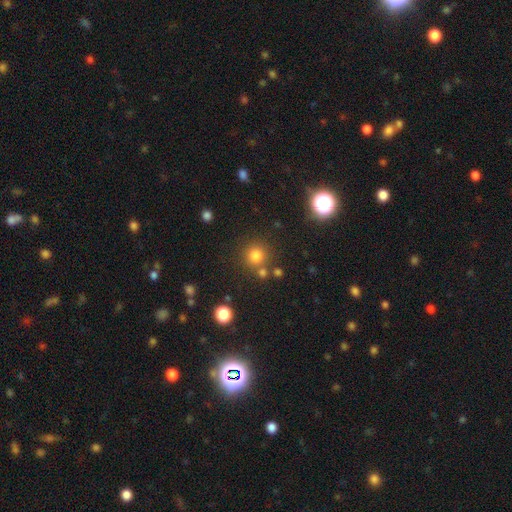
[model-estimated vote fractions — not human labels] smooth 77%, star or artifact 16%, featured or disk 6%. Down the decision tree: how rounded — round (93%); merging — none (77%).